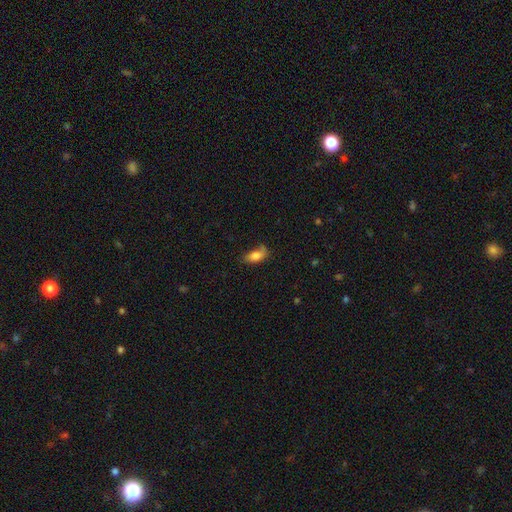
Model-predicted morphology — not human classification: type=smooth (75%); roundness=in between (87%); merging=none (48%).